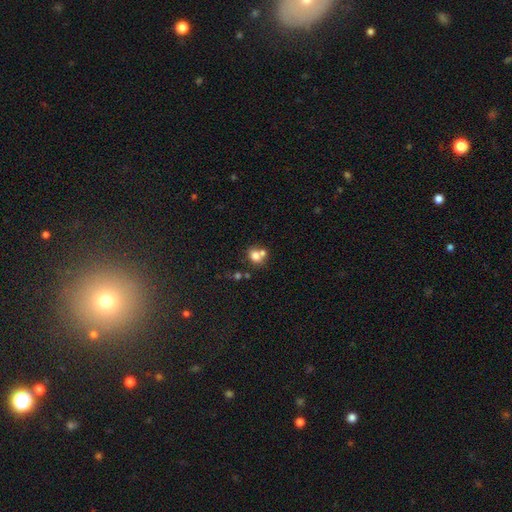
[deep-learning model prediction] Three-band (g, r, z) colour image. It shows a smooth galaxy with no disk features (75%) that is round (62%). Merging: merger (44%).